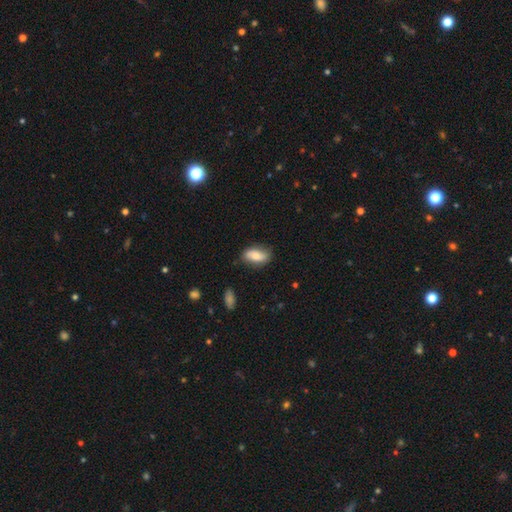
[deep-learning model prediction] Smooth or featured?
  - smooth: 74% *
  - featured or disk: 19%
  - star or artifact: 7%
How rounded?
  - in between: 89% *
  - cigar-shaped: 7%
  - round: 4%
Merging?
  - none: 76% *
  - minor disturbance: 18%
  - major disturbance: 4%
  - merger: 2%